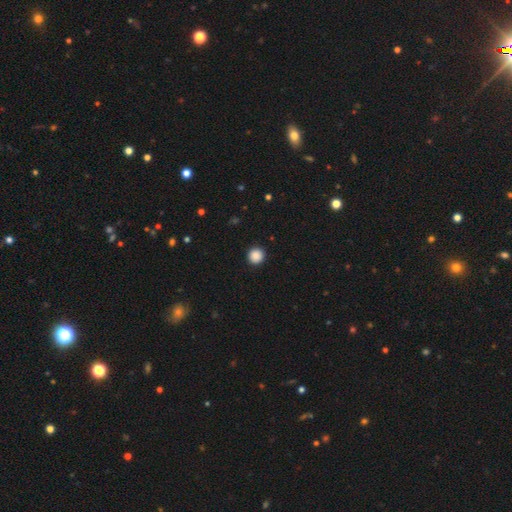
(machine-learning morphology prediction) A smooth galaxy with no disk features (88%) that is round (96%).

Vote fractions:
- Smooth or featured? smooth: 88% / star or artifact: 10% / featured or disk: 3%
- How rounded? round: 96% / in between: 3% / cigar-shaped: 1%
- Merging? none: 93% / minor disturbance: 4% / major disturbance: 2% / merger: 1%